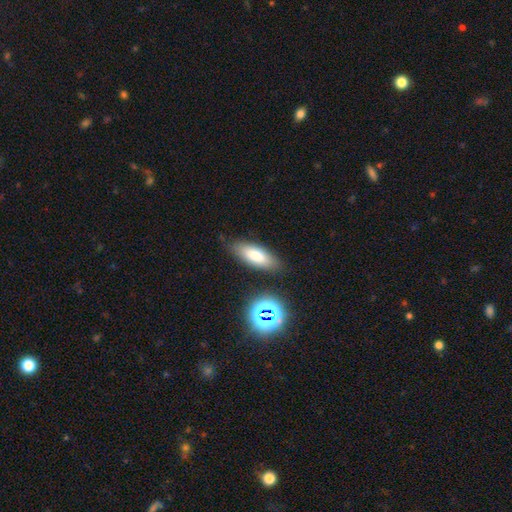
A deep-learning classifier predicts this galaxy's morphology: smooth 79%, featured or disk 11%, star or artifact 10%. Down the decision tree: how rounded — in between (71%); merging — none (82%).